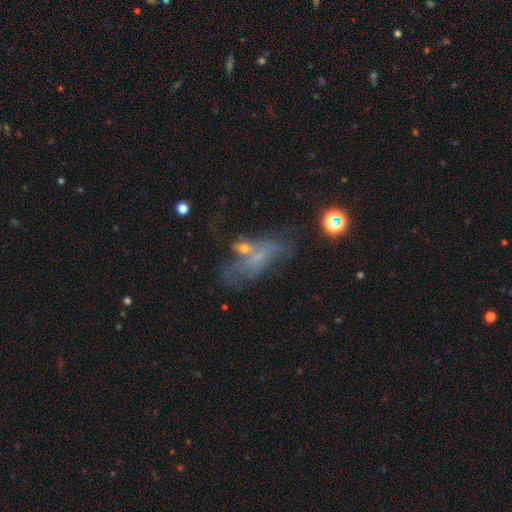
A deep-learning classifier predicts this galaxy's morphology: featured or disk 43%, smooth 35%, star or artifact 23%. Down the decision tree: merging — none (34%).